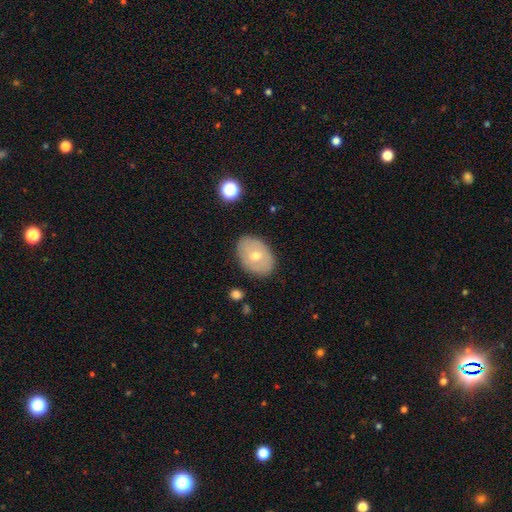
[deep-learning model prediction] A smooth galaxy with no disk features (56%) that is in between round and cigar-shaped (78%). Merging: none (84%).